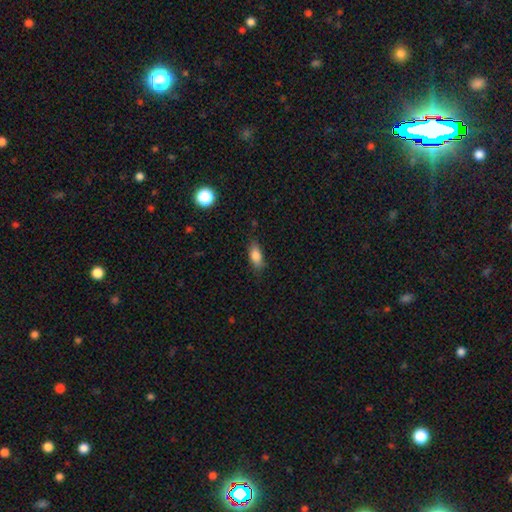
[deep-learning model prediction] Smooth or featured? smooth (83%)
How rounded? in between (81%)
Merging? none (78%)